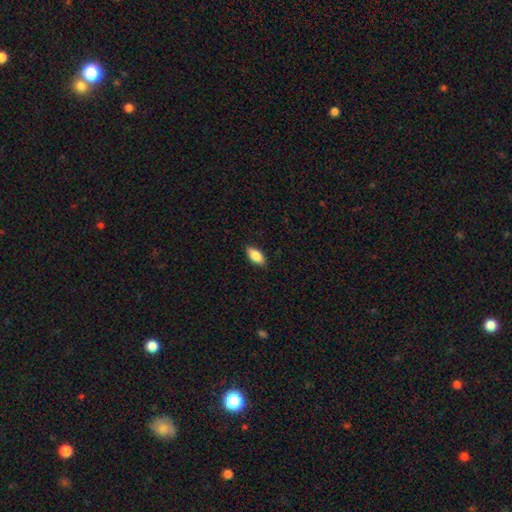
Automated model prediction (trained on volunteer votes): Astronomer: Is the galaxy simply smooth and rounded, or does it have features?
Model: smooth — 83%.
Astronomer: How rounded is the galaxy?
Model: in between — 88%.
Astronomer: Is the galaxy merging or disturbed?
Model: none — 88%.